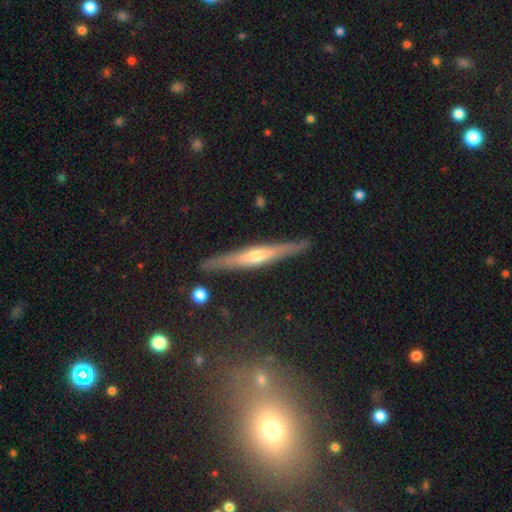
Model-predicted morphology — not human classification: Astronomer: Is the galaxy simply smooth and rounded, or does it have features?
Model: featured or disk — 64%.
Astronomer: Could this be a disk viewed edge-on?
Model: yes — 95%.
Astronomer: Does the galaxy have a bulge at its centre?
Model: rounded — 66%.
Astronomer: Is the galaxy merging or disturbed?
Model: none — 85%.